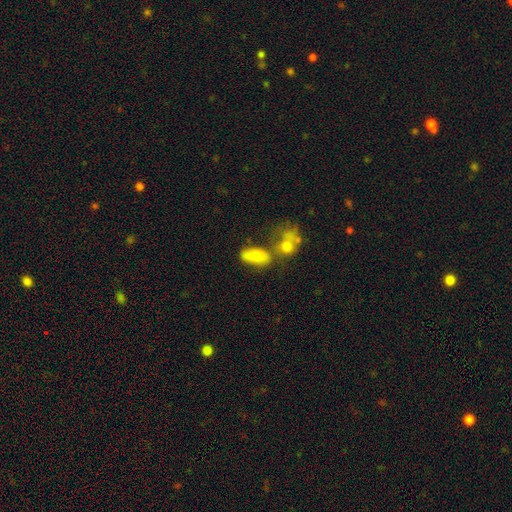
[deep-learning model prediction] Smooth or featured? smooth (79%)
How rounded? in between (86%)
Merging? none (40%)